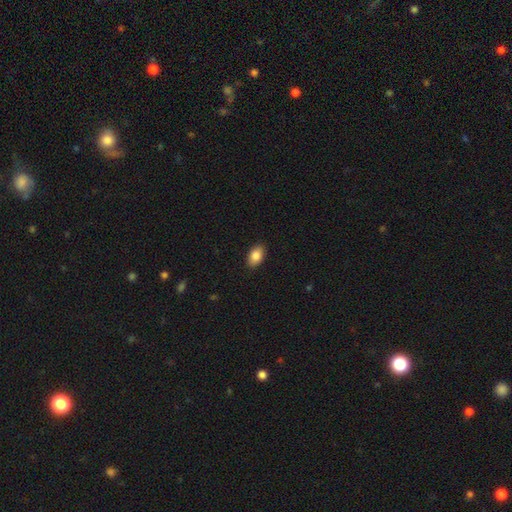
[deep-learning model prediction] Smooth or featured?
  - smooth: 86% *
  - star or artifact: 7%
  - featured or disk: 7%
How rounded?
  - in between: 92% *
  - round: 7%
  - cigar-shaped: 2%
Merging?
  - none: 89% *
  - minor disturbance: 8%
  - major disturbance: 2%
  - merger: 1%